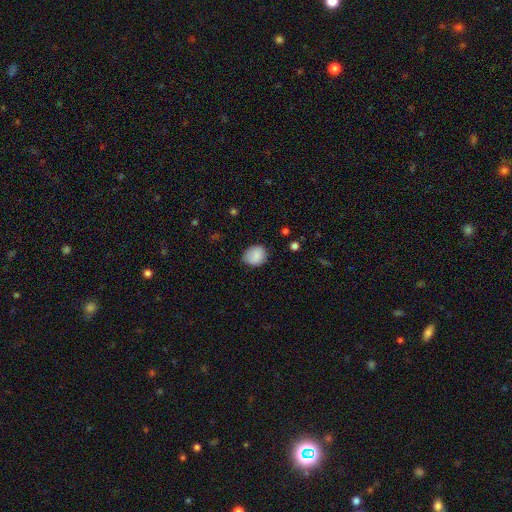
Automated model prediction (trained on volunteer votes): Smooth or featured? Predicted: smooth (p=0.86). How rounded? Predicted: round (p=0.67). Merging? Predicted: none (p=0.76).